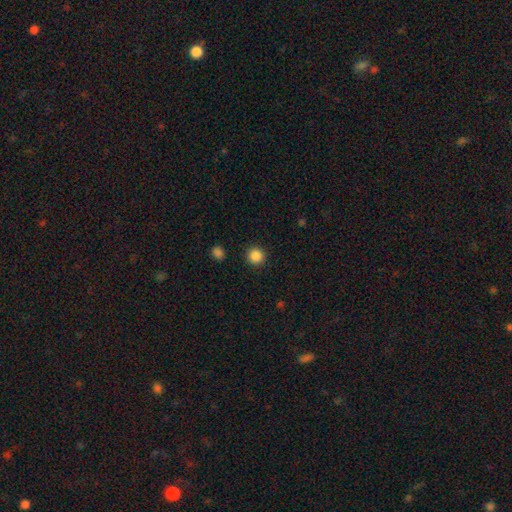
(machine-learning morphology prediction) smooth 86%, star or artifact 11%, featured or disk 3%. Down the decision tree: how rounded — round (94%); merging — none (92%).